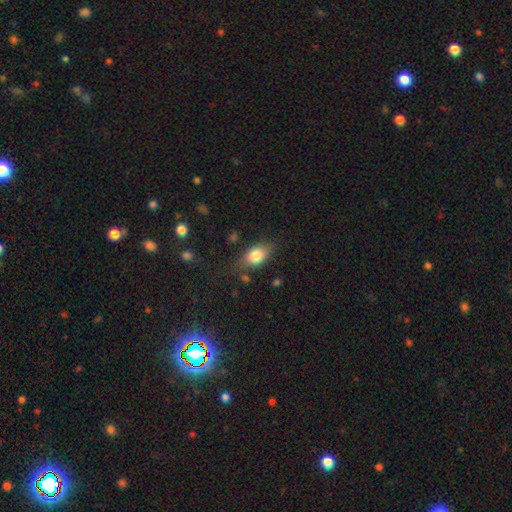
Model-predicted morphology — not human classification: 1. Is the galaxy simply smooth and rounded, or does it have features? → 80% smooth, 12% featured or disk, 8% star or artifact.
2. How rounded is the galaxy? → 82% in between, 14% round, 4% cigar-shaped.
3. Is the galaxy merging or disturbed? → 73% none, 19% minor disturbance, 5% major disturbance, 3% merger.